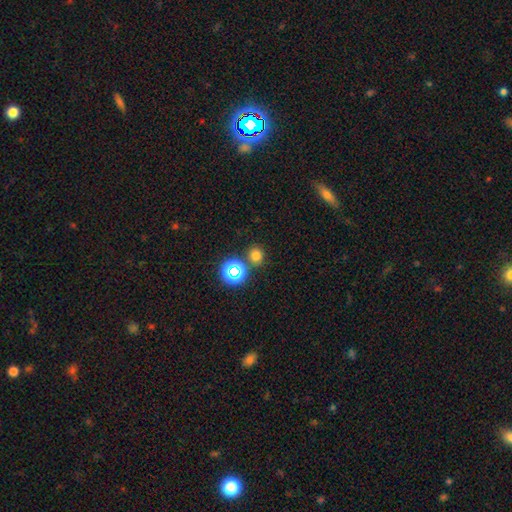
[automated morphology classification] A smooth galaxy with no disk features (72%) that is round (88%).

Vote fractions:
- Smooth or featured? smooth: 72% / star or artifact: 23% / featured or disk: 5%
- How rounded? round: 88% / in between: 11% / cigar-shaped: 1%
- Merging? none: 81% / merger: 10% / minor disturbance: 7% / major disturbance: 3%